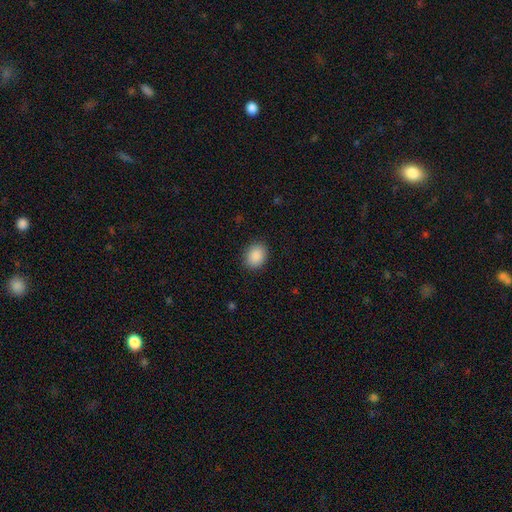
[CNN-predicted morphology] Smooth or featured?
  - smooth: 90% *
  - star or artifact: 8%
  - featured or disk: 3%
How rounded?
  - round: 51% *
  - in between: 48%
  - cigar-shaped: 1%
Merging?
  - none: 88% *
  - minor disturbance: 8%
  - major disturbance: 2%
  - merger: 1%